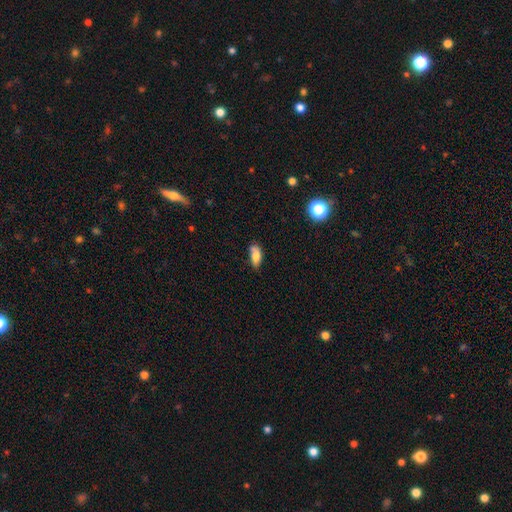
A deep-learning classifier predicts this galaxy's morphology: smooth_or_featured: smooth (p=0.77) [alt: featured or disk p=0.14]
how_rounded: in between (p=0.81) [alt: cigar-shaped p=0.15]
merging: none (p=0.53) [alt: minor disturbance p=0.30]